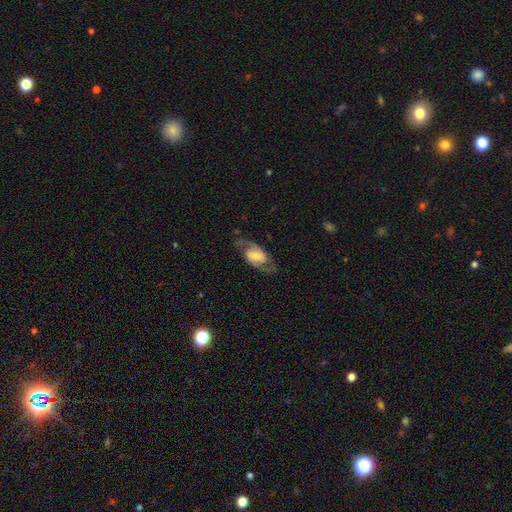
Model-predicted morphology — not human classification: featured or disk 78%, smooth 16%, star or artifact 6%. Down the decision tree: edge-on disk — no (95%); bar — no (47%); spiral arms — yes (92%); spiral arm count — 2 (91%); spiral winding — medium (54%); bulge size — small (36%, tied with moderate); merging — none (78%).